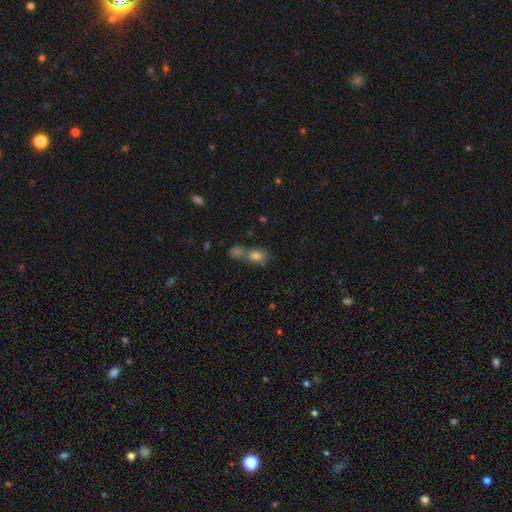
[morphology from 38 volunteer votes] Overall: smooth (89%). How rounded: in between (79%). Merging: merger (53%; none 42%).